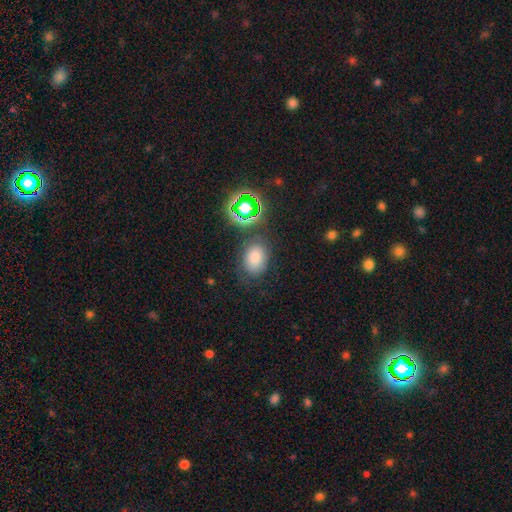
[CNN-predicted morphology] smooth 69%, star or artifact 21%, featured or disk 10%. Down the decision tree: how rounded — in between (73%); merging — none (74%).